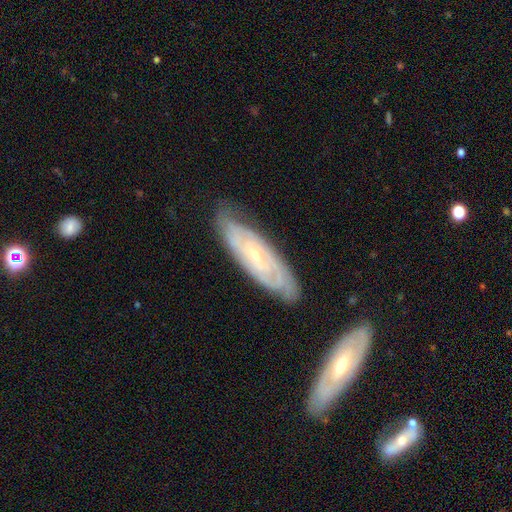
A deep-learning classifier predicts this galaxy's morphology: This is likely a featured or disk galaxy (78%). It is clearly not viewed edge-on (82%). Bar: likely no (69%). Spiral arm pattern: clearly yes (88%). Spiral arm count: possibly can't tell (53%). Spiral winding: likely tight (74%). Central bulge: likely small (71%). Merging: likely none (75%).